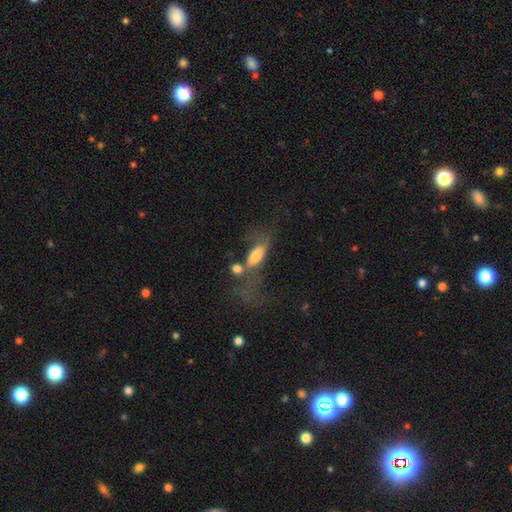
Smooth or featured? 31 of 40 (78%) said smooth. How rounded? 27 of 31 (87%) said in between. Merging? 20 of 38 (53%) said merger.